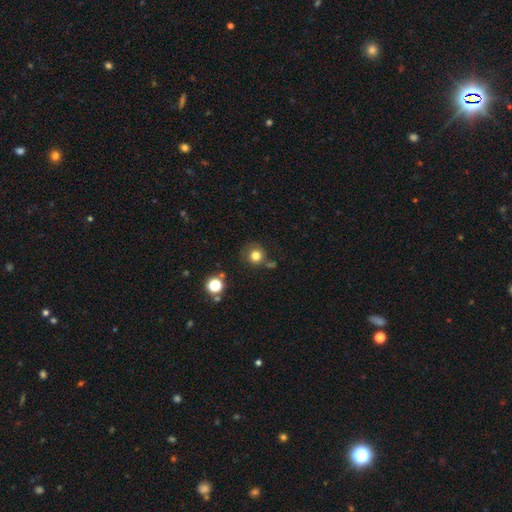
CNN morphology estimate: Smooth or featured: smooth — 78% (star or artifact — 13%)
How rounded: round — 91% (in between — 8%)
Merging: none — 71% (minor disturbance — 15%)